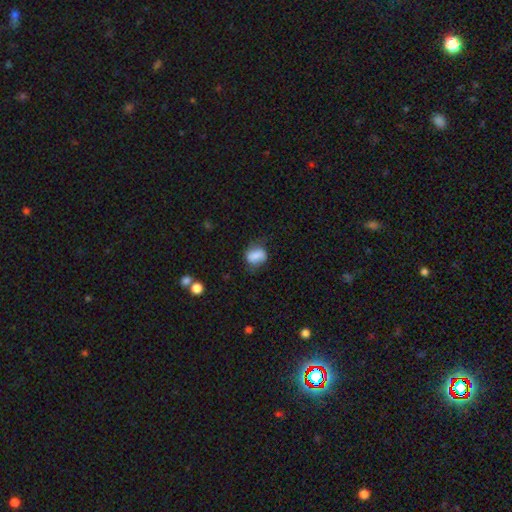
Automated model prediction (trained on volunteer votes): Overall: smooth (75%). How rounded: in between (63%; round 34%). Merging: none (59%; minor disturbance 27%).